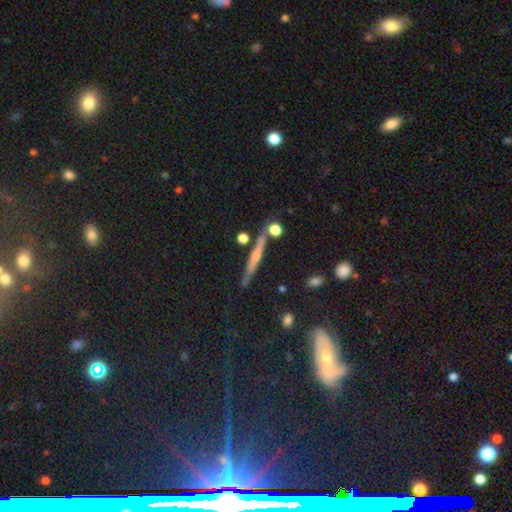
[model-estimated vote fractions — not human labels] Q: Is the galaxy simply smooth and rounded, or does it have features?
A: featured or disk — 56%.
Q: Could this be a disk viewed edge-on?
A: yes — 95%.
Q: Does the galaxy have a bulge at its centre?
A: rounded — 56%.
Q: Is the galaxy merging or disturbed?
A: none — 83%.